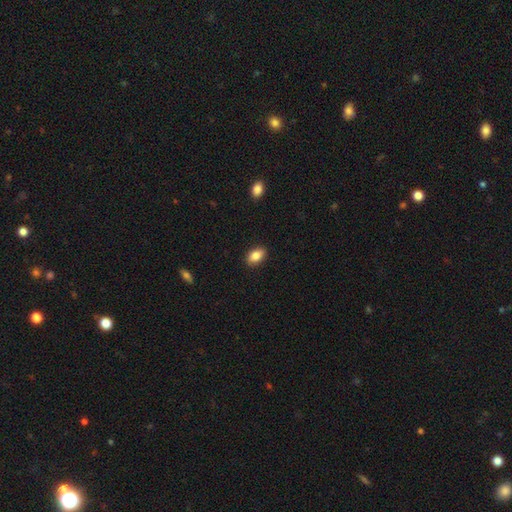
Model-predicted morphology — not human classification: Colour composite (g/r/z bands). It shows a smooth galaxy with no disk features (85%) that is in between round and cigar-shaped (89%). Merging: none (88%).